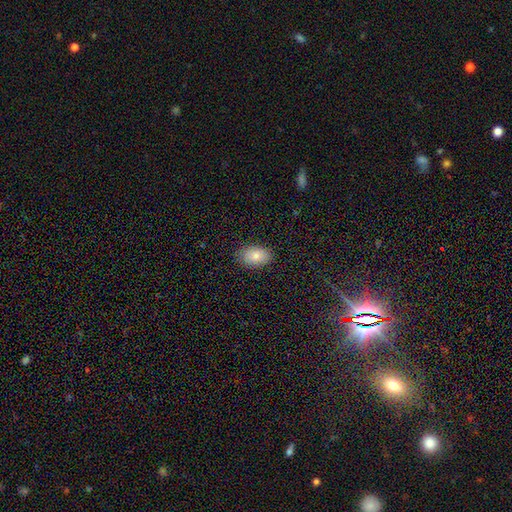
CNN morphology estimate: smooth-or-featured: smooth: 82% | featured or disk: 10% | star or artifact: 8%
  how-rounded: in between: 90% | round: 9% | cigar-shaped: 1%
  merging: none: 86% | minor disturbance: 11% | major disturbance: 2% | merger: 1%